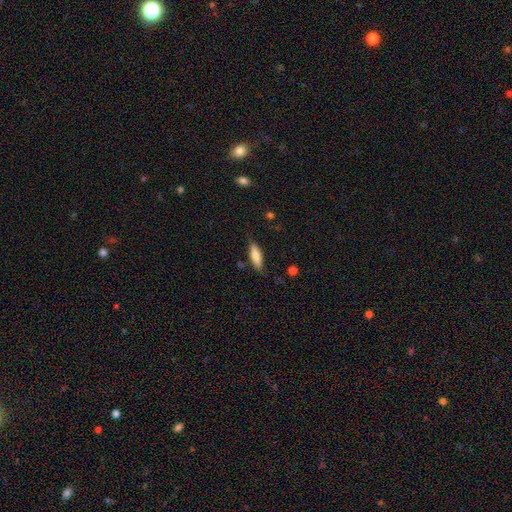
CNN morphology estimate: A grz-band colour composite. It shows a smooth galaxy with no disk features (77%) that is cigar-shaped (54%). Merging: none (80%).